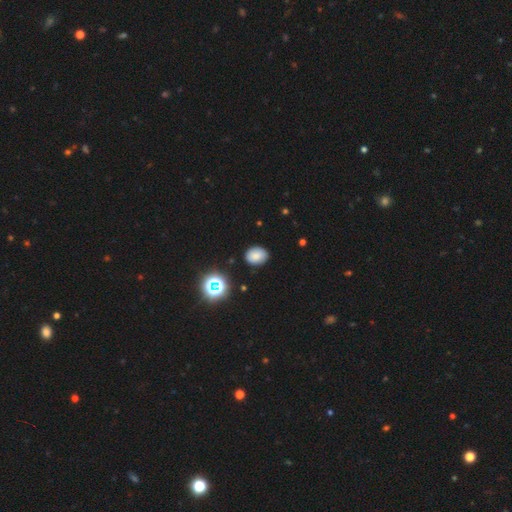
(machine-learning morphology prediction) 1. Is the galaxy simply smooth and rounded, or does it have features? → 78% smooth, 14% star or artifact, 9% featured or disk.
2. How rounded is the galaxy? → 62% in between, 37% round, 1% cigar-shaped.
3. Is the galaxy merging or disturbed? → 84% none, 12% minor disturbance, 3% major disturbance, 2% merger.